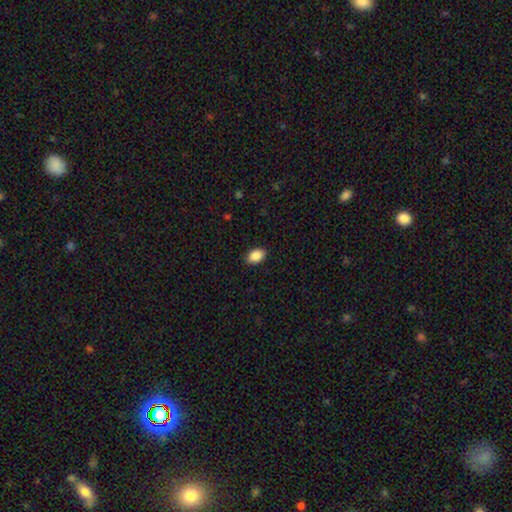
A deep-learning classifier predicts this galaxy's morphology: type=smooth (89%); roundness=in between (89%); merging=none (89%).